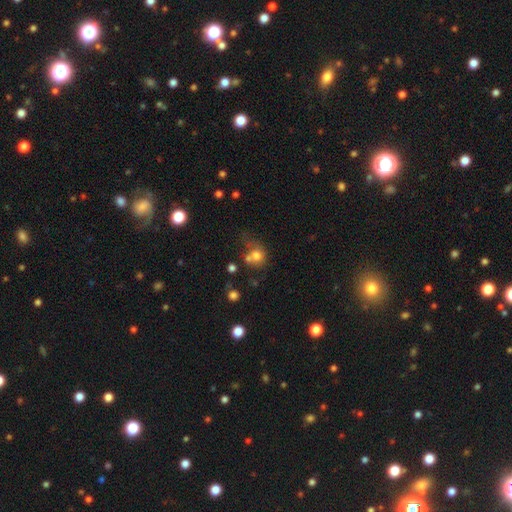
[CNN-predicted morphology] Q: Smooth or featured?
A: smooth (74%); runner-up: featured or disk (13%)
Q: How rounded?
A: round (73%); runner-up: in between (26%)
Q: Merging?
A: none (36%); runner-up: merger (34%)